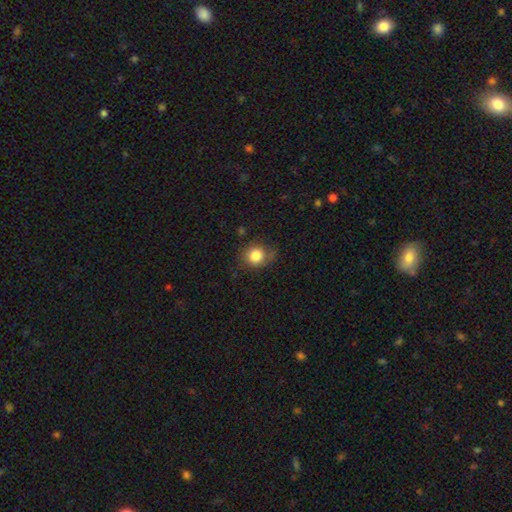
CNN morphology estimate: A smooth galaxy with no disk features (83%) that is round (82%). Merging: none (72%).